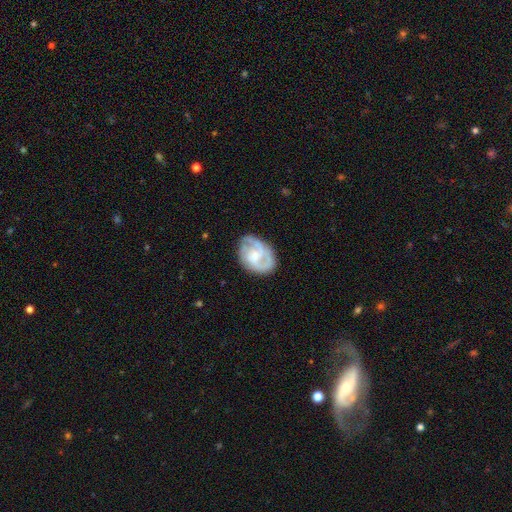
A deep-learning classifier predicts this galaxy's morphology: Smooth or featured? Predicted: featured or disk (p=0.80). Edge-on disk? Predicted: no (p=0.98). Bar? Predicted: no (p=0.64). Spiral arms? Predicted: yes (p=0.93). Spiral winding? Predicted: medium (p=0.44). Spiral arm count? Predicted: 2 (p=0.38). Bulge size? Predicted: small (p=0.61). Merging? Predicted: none (p=0.71).